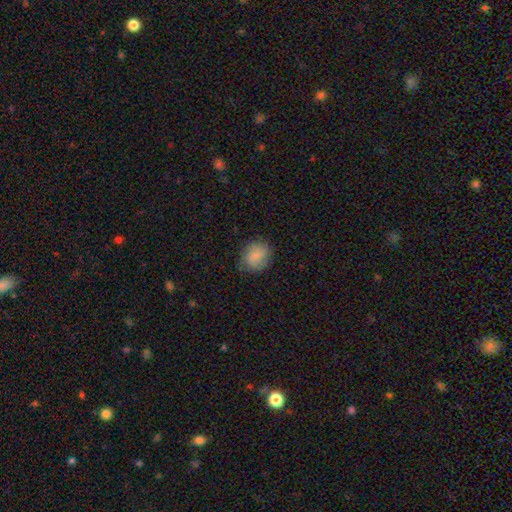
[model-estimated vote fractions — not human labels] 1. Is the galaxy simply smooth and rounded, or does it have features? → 81% smooth, 11% featured or disk, 8% star or artifact.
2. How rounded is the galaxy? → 71% round, 28% in between, 1% cigar-shaped.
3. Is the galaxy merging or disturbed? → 76% none, 18% minor disturbance, 5% major disturbance, 1% merger.